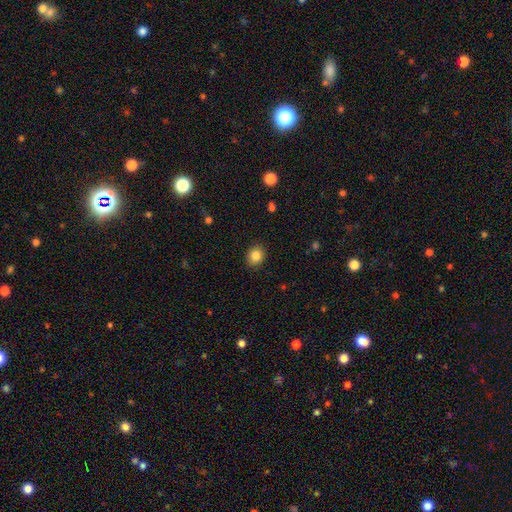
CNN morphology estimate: Smooth or featured: smooth — 85% (star or artifact — 10%)
How rounded: round — 68% (in between — 31%)
Merging: none — 90% (minor disturbance — 7%)